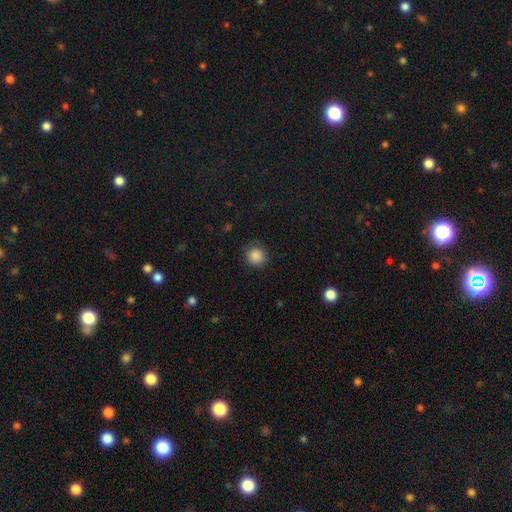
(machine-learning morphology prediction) This is clearly a smooth galaxy (87%). How rounded: clearly round (94%). Merging: clearly none (86%).